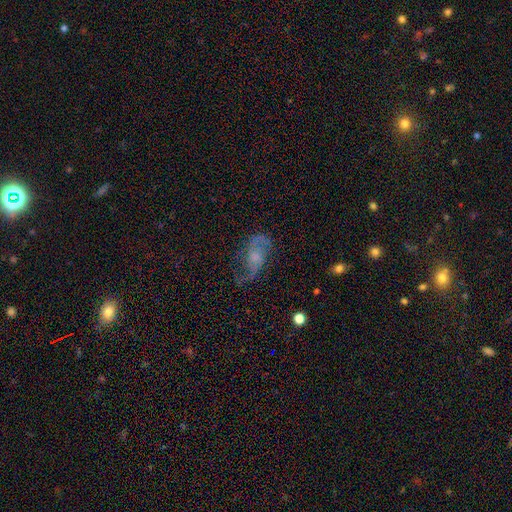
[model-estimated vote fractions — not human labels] Smooth or featured? featured or disk (75%)
Edge-on disk? no (95%)
Bar? no (63%)
Spiral arms? yes (90%)
Spiral winding? loose (57%)
Spiral arm count? 2 (84%)
Bulge size? moderate (36%)
Merging? none (59%)